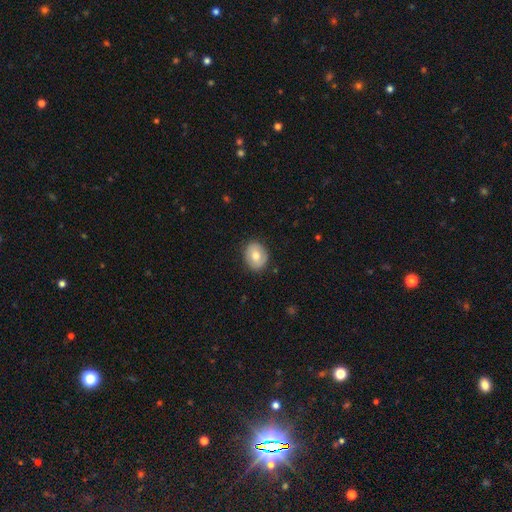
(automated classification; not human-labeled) smooth-or-featured: smooth: 72% | featured or disk: 21% | star or artifact: 7%
  how-rounded: round: 53% | in between: 46% | cigar-shaped: 1%
  merging: none: 85% | minor disturbance: 12% | major disturbance: 3% | merger: 1%